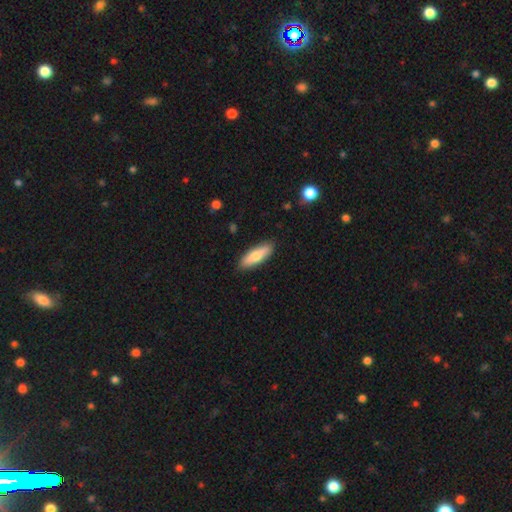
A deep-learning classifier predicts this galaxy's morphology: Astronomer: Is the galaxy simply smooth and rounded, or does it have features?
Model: smooth — 69%.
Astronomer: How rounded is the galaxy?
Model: cigar-shaped — 52% (runner-up: in between, 46%).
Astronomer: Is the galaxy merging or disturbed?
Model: none — 88%.